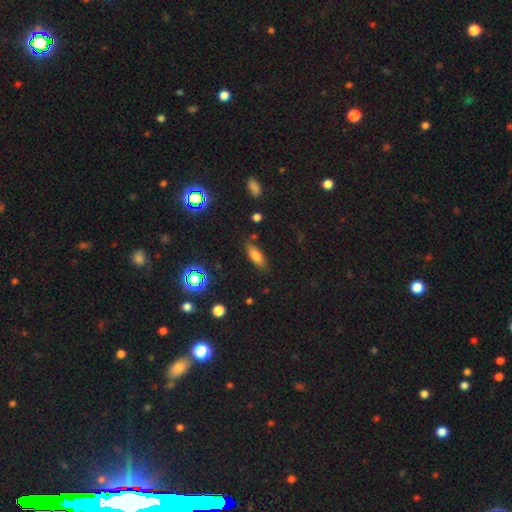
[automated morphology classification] Q: Smooth or featured?
A: smooth (72%); runner-up: featured or disk (15%)
Q: How rounded?
A: in between (67%); runner-up: cigar-shaped (29%)
Q: Merging?
A: none (80%); runner-up: minor disturbance (14%)